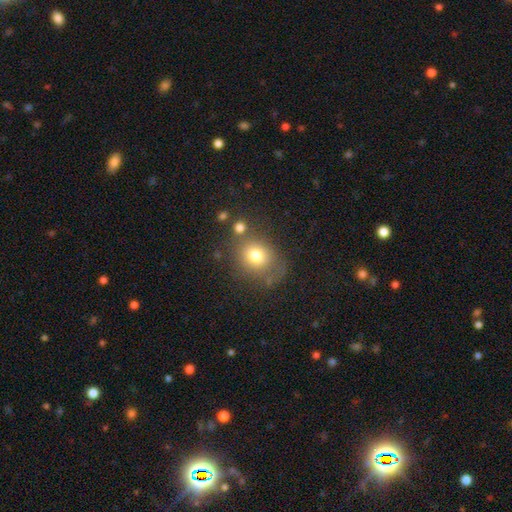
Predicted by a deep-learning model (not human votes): A smooth galaxy with no disk features (75%) that is round (71%).

Vote fractions:
- Smooth or featured? smooth: 75% / star or artifact: 13% / featured or disk: 12%
- How rounded? round: 71% / in between: 28% / cigar-shaped: 1%
- Merging? none: 63% / minor disturbance: 17% / merger: 10% / major disturbance: 9%